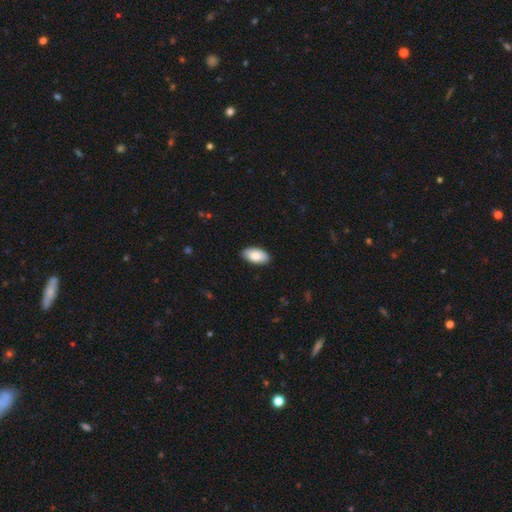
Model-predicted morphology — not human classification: A smooth galaxy with no disk features (87%) that is in between round and cigar-shaped (96%). Merging: none (90%).